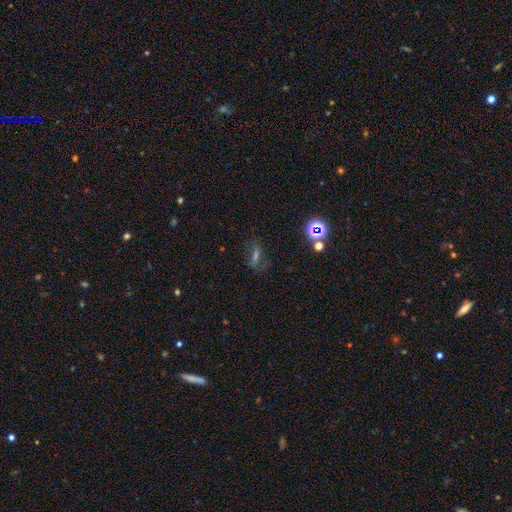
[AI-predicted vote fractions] Smooth or featured: star or artifact — 35% (featured or disk — 33%)